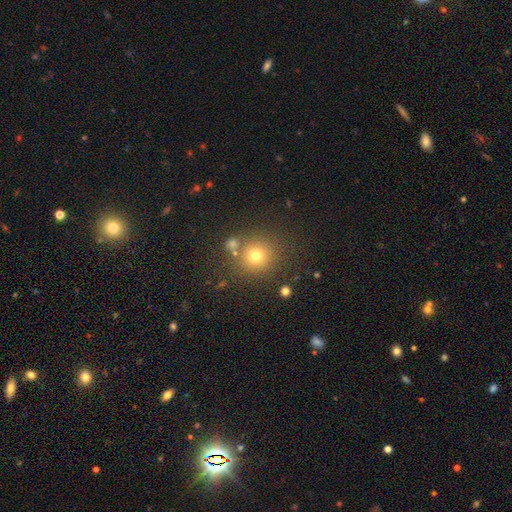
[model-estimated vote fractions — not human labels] A smooth galaxy with no disk features (73%) that is round (91%). Merging: none (78%).